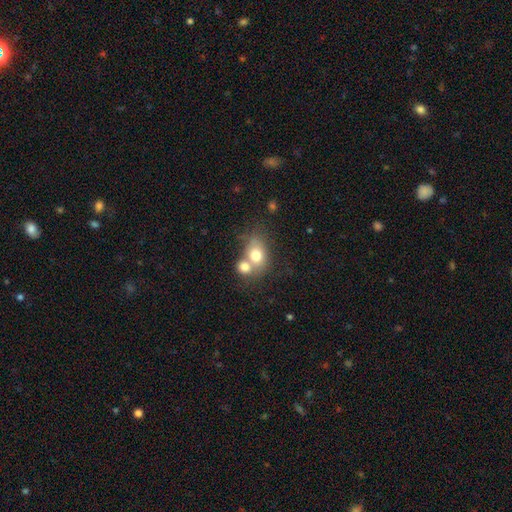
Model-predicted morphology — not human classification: Q: Smooth or featured?
A: smooth (73%); runner-up: featured or disk (18%)
Q: How rounded?
A: in between (55%); runner-up: round (43%)
Q: Merging?
A: merger (57%); runner-up: none (29%)